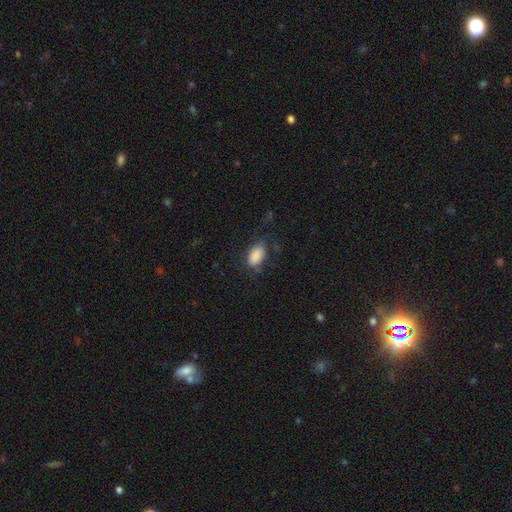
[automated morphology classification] Overall: smooth (84%). How rounded: in between (93%). Merging: none (56%; minor disturbance 23%).